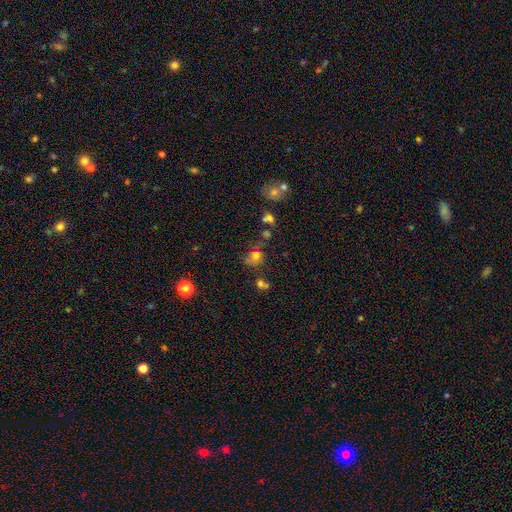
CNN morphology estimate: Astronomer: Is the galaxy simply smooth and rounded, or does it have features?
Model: smooth — 68%.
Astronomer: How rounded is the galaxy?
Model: round — 70%.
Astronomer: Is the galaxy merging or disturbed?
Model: none — 47%.